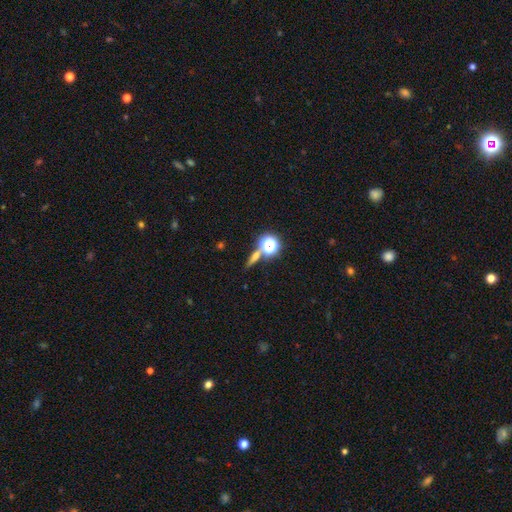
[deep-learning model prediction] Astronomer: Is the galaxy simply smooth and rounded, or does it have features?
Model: smooth — 42% (runner-up: star or artifact, 30%).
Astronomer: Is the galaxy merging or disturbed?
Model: none — 74%.